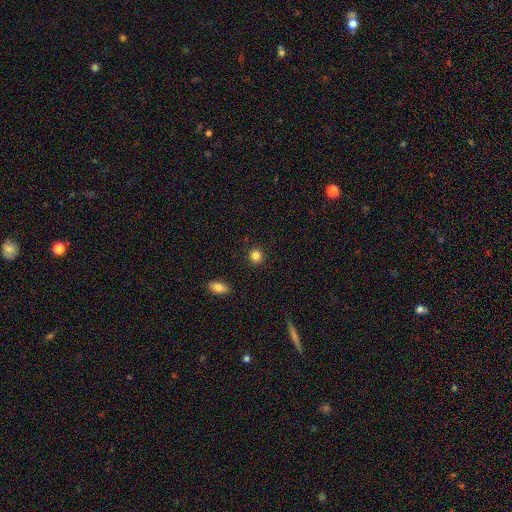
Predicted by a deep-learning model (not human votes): Morphology: type=smooth (85%); roundness=round (91%); merging=none (91%).